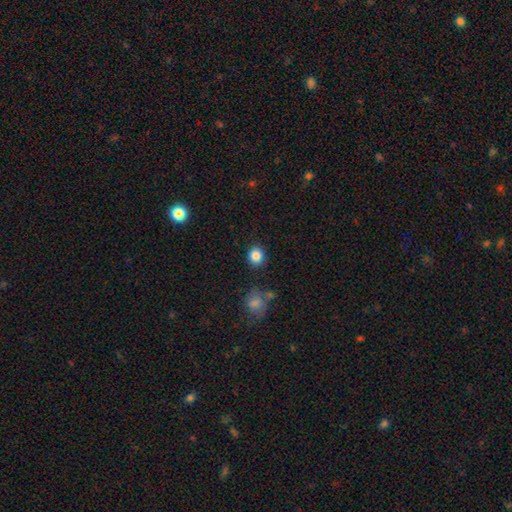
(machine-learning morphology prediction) type=smooth (86%); roundness=round (79%); merging=none (86%).